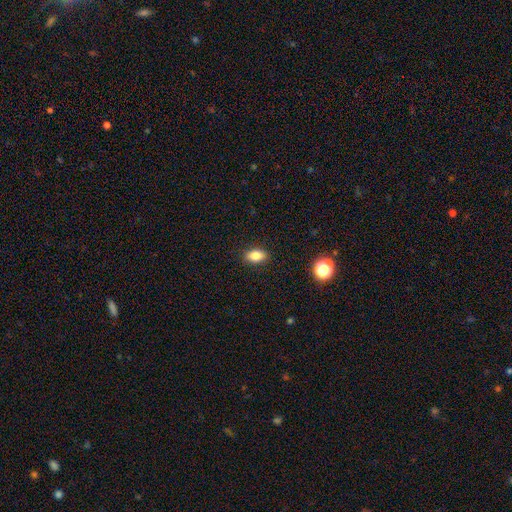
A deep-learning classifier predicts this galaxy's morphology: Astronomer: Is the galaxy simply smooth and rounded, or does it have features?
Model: smooth — 83%.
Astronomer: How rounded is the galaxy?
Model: in between — 86%.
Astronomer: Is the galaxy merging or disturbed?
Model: none — 89%.